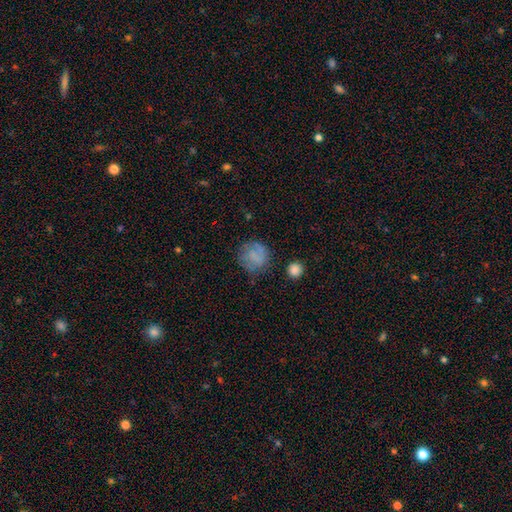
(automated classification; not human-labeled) Smooth or featured?
  - smooth: 68% *
  - featured or disk: 21%
  - star or artifact: 11%
How rounded?
  - round: 86% *
  - in between: 13%
  - cigar-shaped: 1%
Merging?
  - none: 66% *
  - minor disturbance: 20%
  - major disturbance: 11%
  - merger: 3%